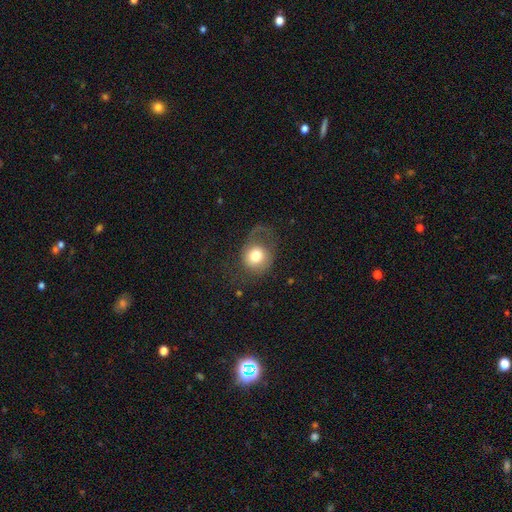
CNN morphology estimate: Smooth or featured? Predicted: smooth (p=0.67). How rounded? Predicted: round (p=0.73). Merging? Predicted: none (p=0.42).